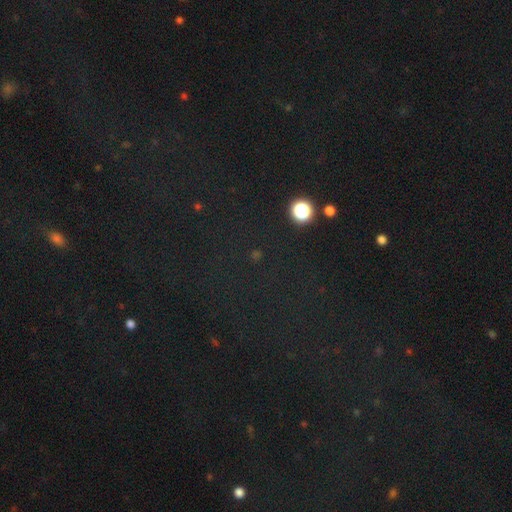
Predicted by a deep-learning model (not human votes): Smooth or featured? Predicted: star or artifact (p=0.74).